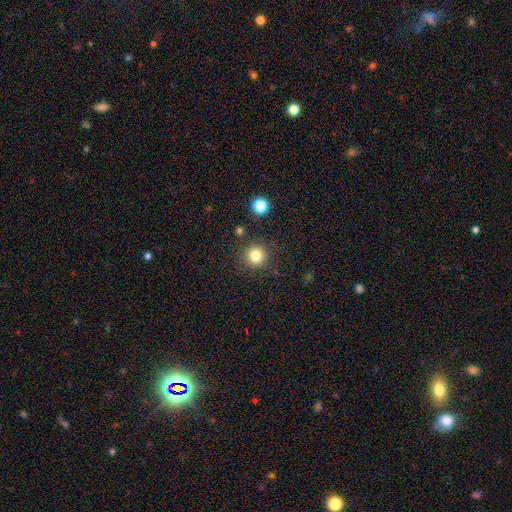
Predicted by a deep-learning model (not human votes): Smooth or featured: smooth — 81% (star or artifact — 13%)
How rounded: round — 94% (in between — 5%)
Merging: none — 87% (minor disturbance — 7%)